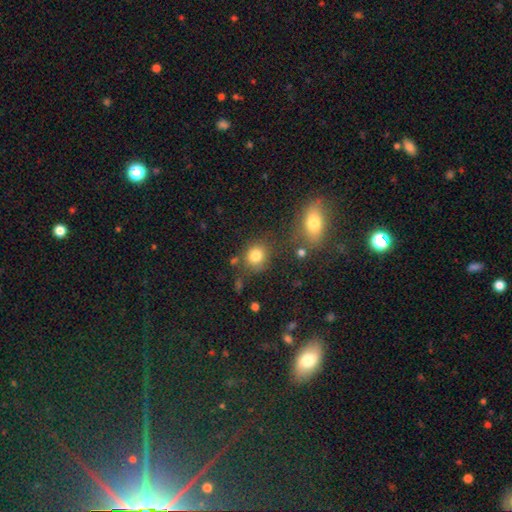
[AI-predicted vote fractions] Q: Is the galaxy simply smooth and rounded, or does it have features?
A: smooth — 81%.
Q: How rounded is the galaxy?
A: round — 77%.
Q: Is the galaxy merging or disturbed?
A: none — 72%.